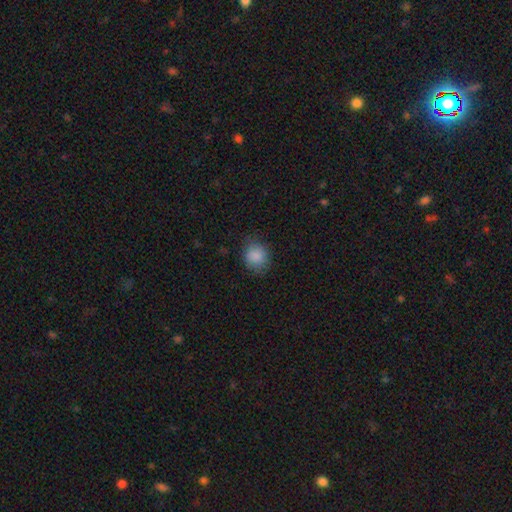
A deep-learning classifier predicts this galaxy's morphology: type=smooth (87%); roundness=round (74%); merging=none (78%).